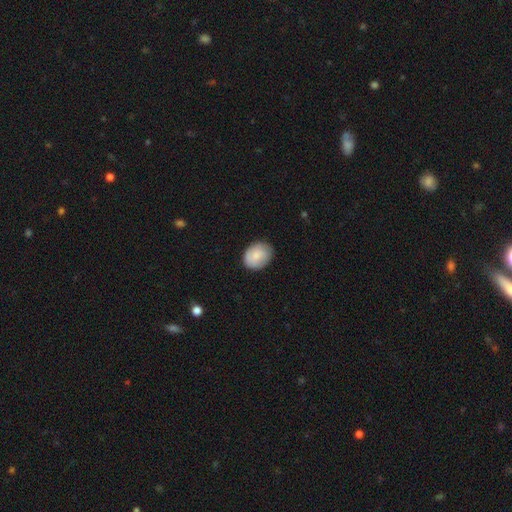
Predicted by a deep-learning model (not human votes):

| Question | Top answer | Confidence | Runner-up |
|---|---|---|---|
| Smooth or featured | smooth | 77% | featured or disk (17%) |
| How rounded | in between | 52% | round (47%) |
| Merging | none | 81% | minor disturbance (15%) |